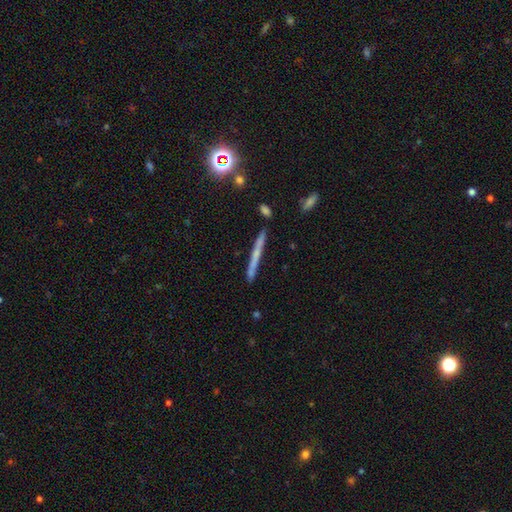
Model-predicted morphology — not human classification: The model was most divided on "smooth or featured": featured or disk: 49%, smooth: 39%, star or artifact: 12%. More confident: merging — none (86%).